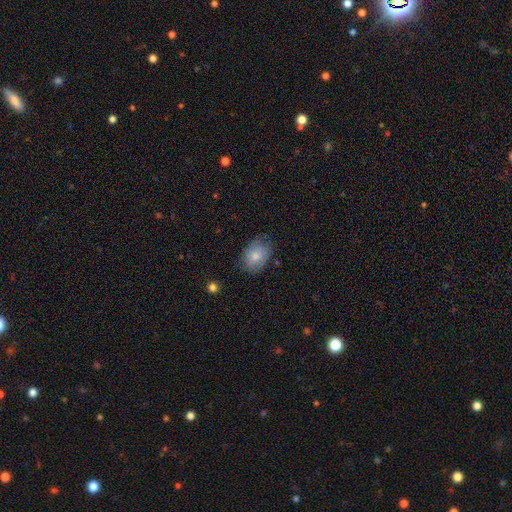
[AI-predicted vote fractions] A smooth galaxy with no disk features (75%) that is in between round and cigar-shaped (78%).

Vote fractions:
- Smooth or featured? smooth: 75% / featured or disk: 18% / star or artifact: 7%
- How rounded? in between: 78% / round: 21% / cigar-shaped: 1%
- Merging? none: 68% / minor disturbance: 25% / major disturbance: 6% / merger: 1%